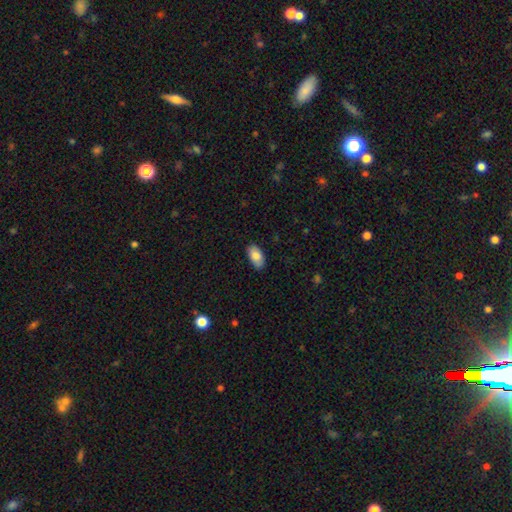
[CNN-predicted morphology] type=smooth (83%); roundness=in between (94%); merging=none (85%).